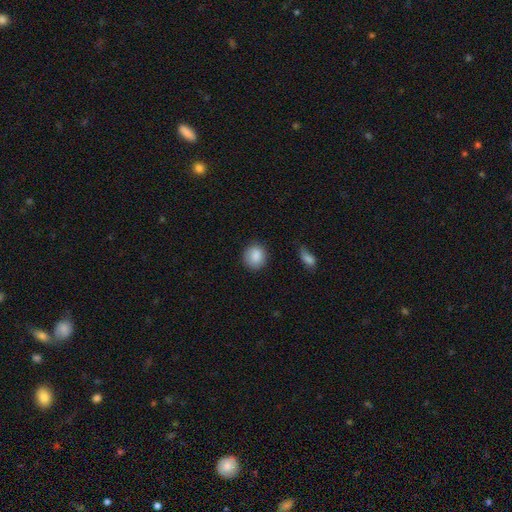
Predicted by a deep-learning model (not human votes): Q: Smooth or featured?
A: smooth (88%); runner-up: star or artifact (8%)
Q: How rounded?
A: round (78%); runner-up: in between (21%)
Q: Merging?
A: none (82%); runner-up: minor disturbance (13%)